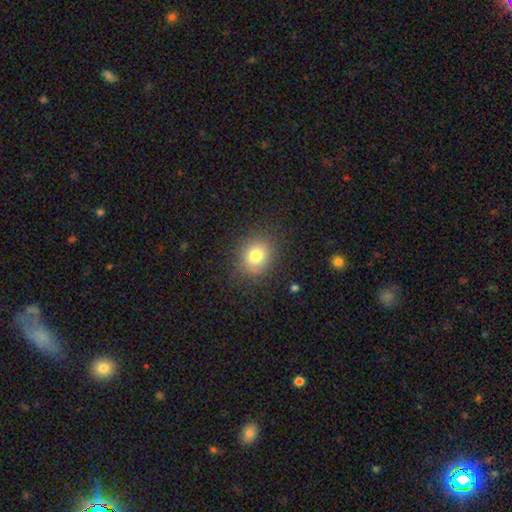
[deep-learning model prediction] smooth-or-featured: smooth: 77% | star or artifact: 13% | featured or disk: 10%
  how-rounded: round: 73% | in between: 26% | cigar-shaped: 1%
  merging: none: 84% | minor disturbance: 11% | major disturbance: 4% | merger: 1%